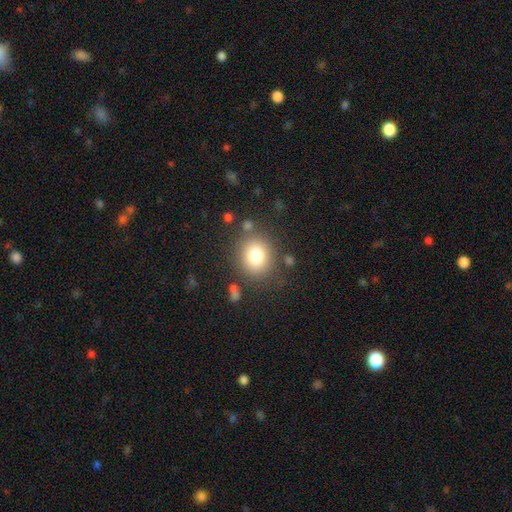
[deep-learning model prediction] smooth_or_featured: smooth (p=0.80) [alt: star or artifact p=0.11]
how_rounded: round (p=0.76) [alt: in between p=0.23]
merging: none (p=0.80) [alt: minor disturbance p=0.11]